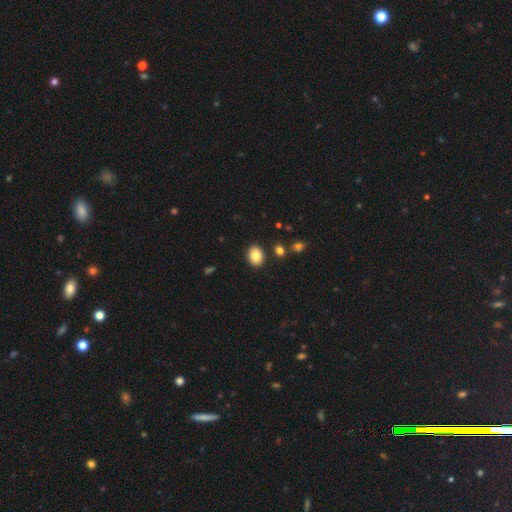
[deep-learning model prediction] A smooth galaxy with no disk features (86%) that is in between round and cigar-shaped (64%). Merging: none (88%).